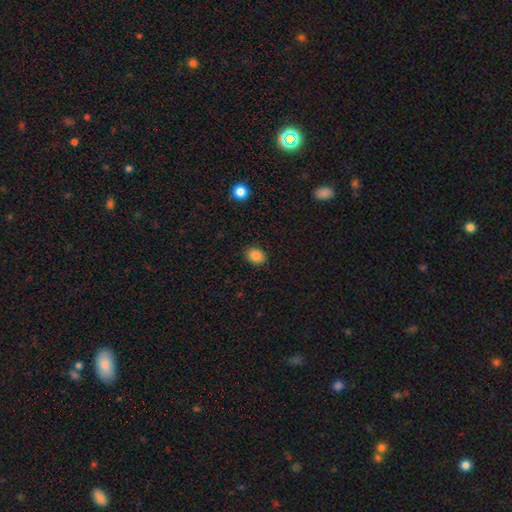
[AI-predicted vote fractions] Smooth or featured? Predicted: smooth (p=0.86). How rounded? Predicted: in between (p=0.55). Merging? Predicted: none (p=0.89).